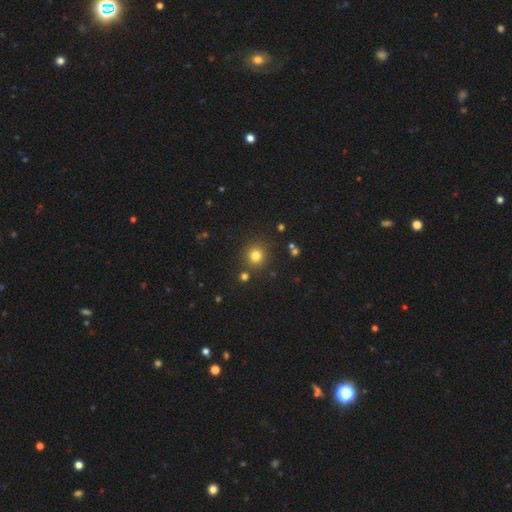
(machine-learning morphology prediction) A smooth galaxy with no disk features (79%) that is round (93%). Merging: none (86%).